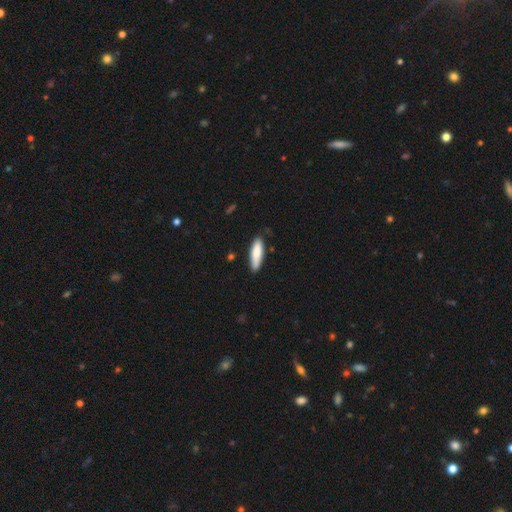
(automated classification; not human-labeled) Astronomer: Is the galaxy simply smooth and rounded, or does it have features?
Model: smooth — 84%.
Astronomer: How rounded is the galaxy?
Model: cigar-shaped — 57% (runner-up: in between, 42%).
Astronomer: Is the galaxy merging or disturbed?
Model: none — 81%.